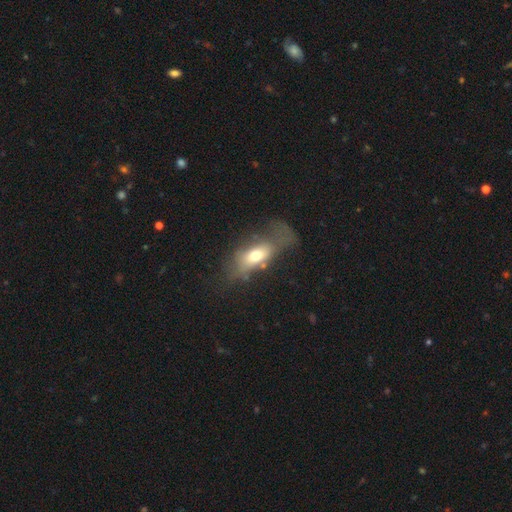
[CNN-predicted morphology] This is likely a smooth galaxy (63%). How rounded: clearly in between (81%). Merging: possibly major disturbance (46%).